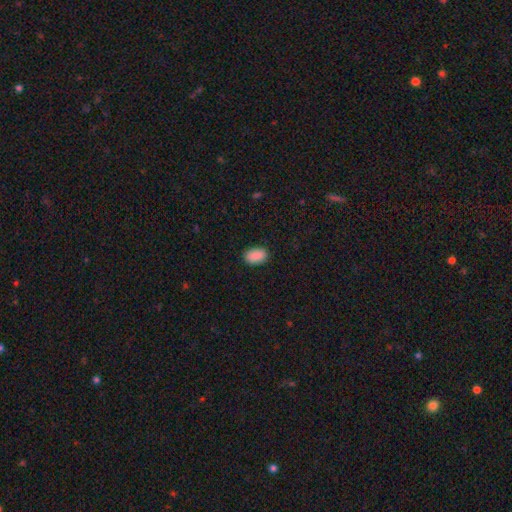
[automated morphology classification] Smooth or featured? smooth (90%)
How rounded? in between (91%)
Merging? none (89%)